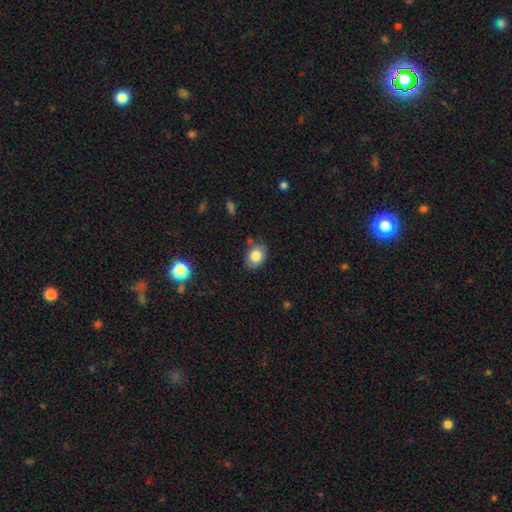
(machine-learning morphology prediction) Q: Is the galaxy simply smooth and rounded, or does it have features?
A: smooth — 83%.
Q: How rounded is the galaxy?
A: in between — 69%.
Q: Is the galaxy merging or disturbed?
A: none — 78%.